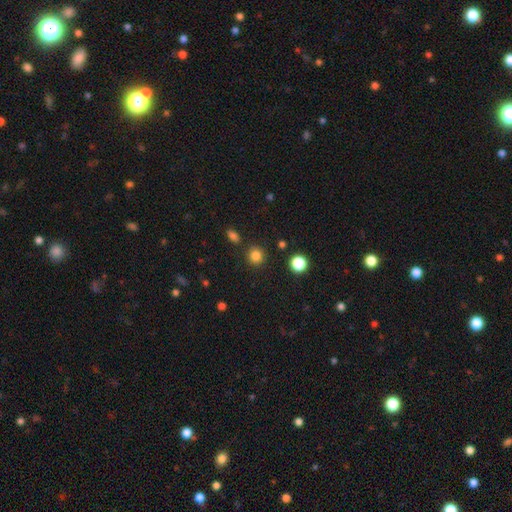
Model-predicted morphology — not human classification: Overall: smooth (84%). How rounded: round (89%). Merging: none (88%).